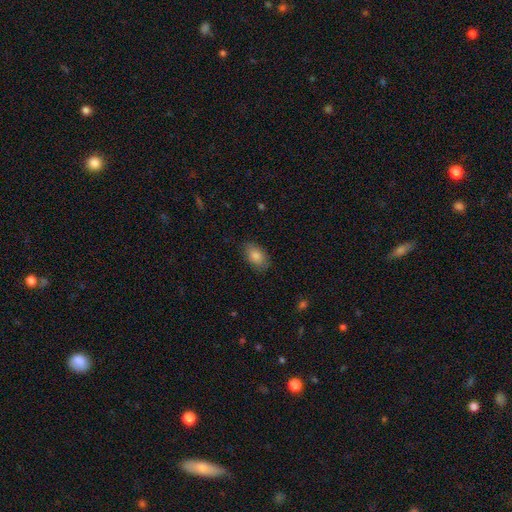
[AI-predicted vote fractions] Smooth or featured? smooth (86%)
How rounded? in between (89%)
Merging? none (81%)